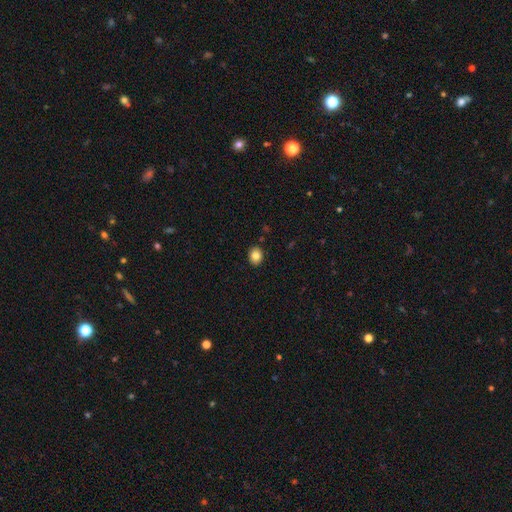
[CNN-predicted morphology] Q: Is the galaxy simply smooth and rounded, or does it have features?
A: smooth — 84%.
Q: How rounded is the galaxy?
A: round — 58%.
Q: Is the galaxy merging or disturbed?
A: none — 90%.